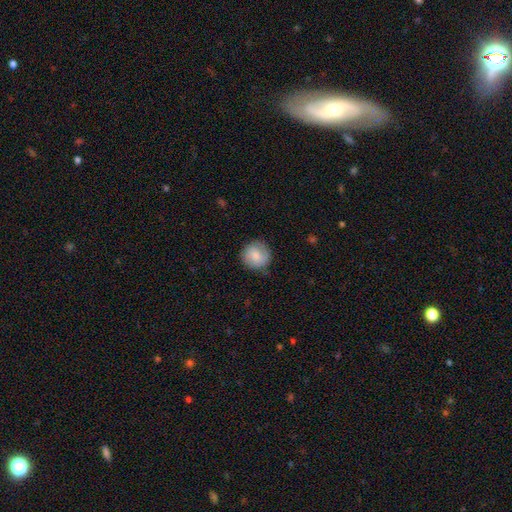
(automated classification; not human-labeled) Morphology: type=smooth (80%); roundness=round (92%); merging=none (82%).